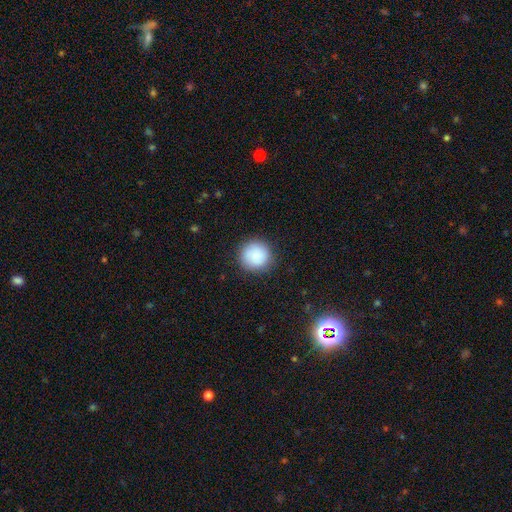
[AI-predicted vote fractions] Q: Smooth or featured?
A: smooth (88%); runner-up: star or artifact (7%)
Q: How rounded?
A: round (94%); runner-up: in between (5%)
Q: Merging?
A: none (89%); runner-up: minor disturbance (8%)